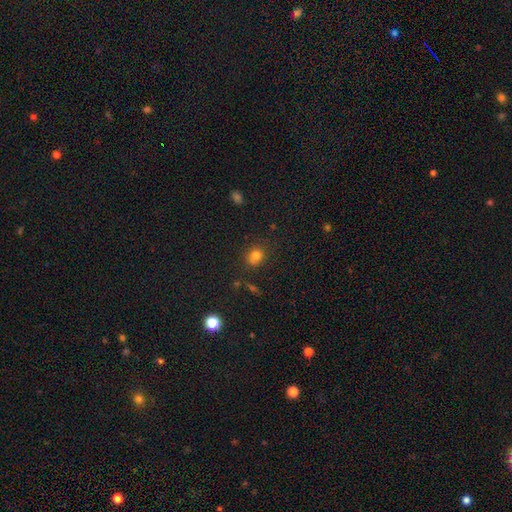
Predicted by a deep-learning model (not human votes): smooth-or-featured: smooth: 78% | star or artifact: 15% | featured or disk: 7%
  how-rounded: round: 72% | in between: 27% | cigar-shaped: 1%
  merging: none: 74% | minor disturbance: 16% | merger: 6% | major disturbance: 5%